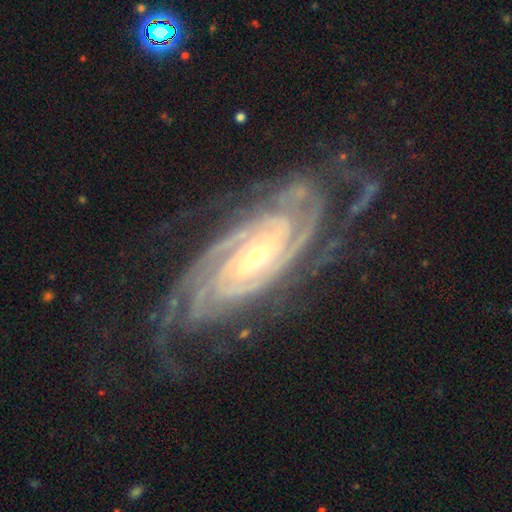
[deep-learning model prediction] Q: Smooth or featured?
A: featured or disk (92%); runner-up: star or artifact (5%)
Q: Edge-on disk?
A: no (95%); runner-up: yes (5%)
Q: Bar?
A: no (45%); runner-up: weak (31%)
Q: Spiral arms?
A: yes (99%); runner-up: no (1%)
Q: Spiral winding?
A: tight (79%); runner-up: medium (19%)
Q: Spiral arm count?
A: 4 (25%); runner-up: 3 (19%)
Q: Bulge size?
A: small (66%); runner-up: moderate (30%)
Q: Merging?
A: none (73%); runner-up: minor disturbance (17%)